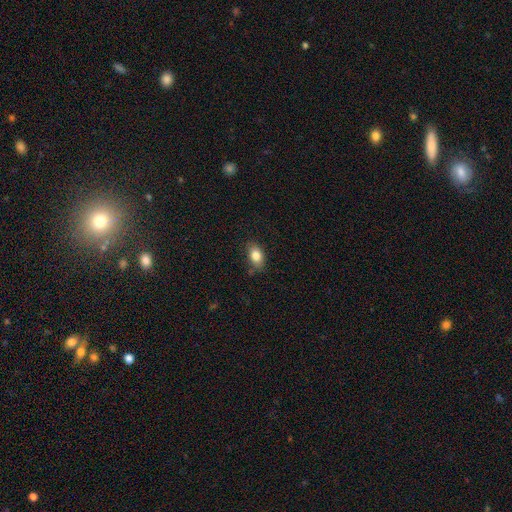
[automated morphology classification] smooth-or-featured: smooth: 82% | featured or disk: 9% | star or artifact: 8%
  how-rounded: in between: 85% | round: 13% | cigar-shaped: 2%
  merging: none: 78% | minor disturbance: 17% | major disturbance: 3% | merger: 2%